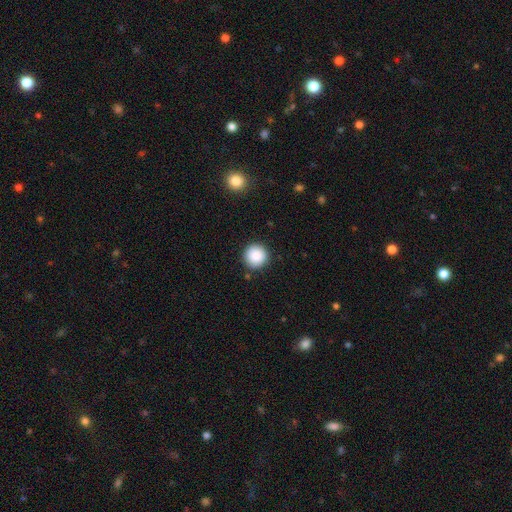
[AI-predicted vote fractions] The model was most divided on "smooth or featured": smooth: 88%, star or artifact: 8%, featured or disk: 3%. More confident: how rounded — round (96%); merging — none (90%).